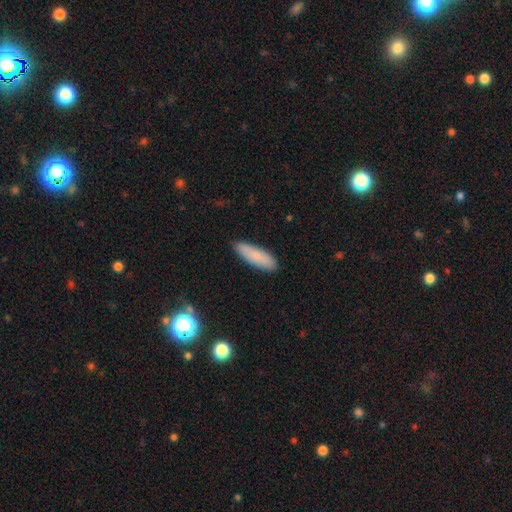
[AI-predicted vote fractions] smooth-or-featured: smooth: 78% | featured or disk: 14% | star or artifact: 8%
  how-rounded: cigar-shaped: 58% | in between: 40% | round: 2%
  merging: none: 86% | minor disturbance: 11% | major disturbance: 2% | merger: 1%